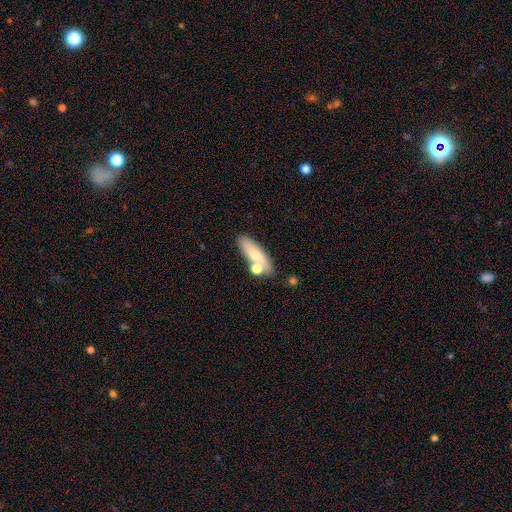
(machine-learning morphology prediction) Smooth or featured? smooth (70%)
How rounded? in between (57%)
Merging? none (63%)